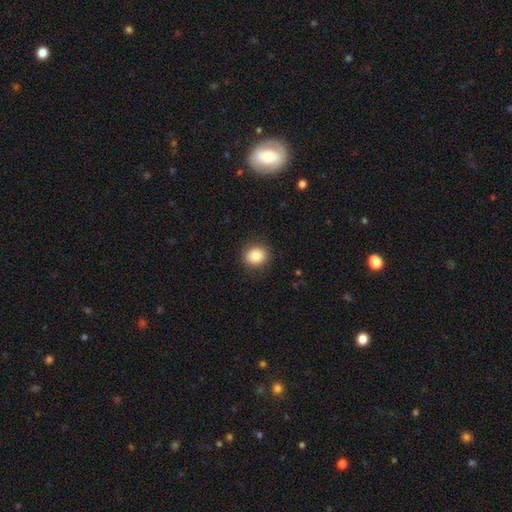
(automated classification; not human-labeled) Morphology: type=smooth (85%); roundness=round (77%); merging=none (89%).